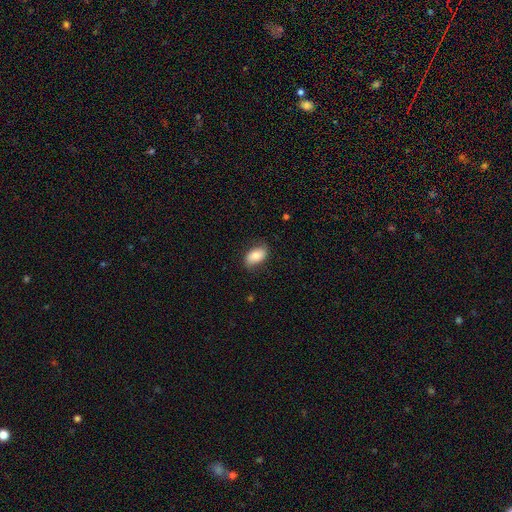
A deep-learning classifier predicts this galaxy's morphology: Overall: smooth (76%). How rounded: in between (92%). Merging: none (78%).